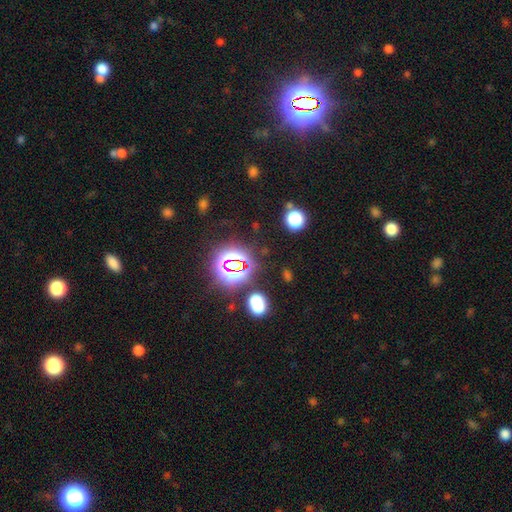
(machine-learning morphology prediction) smooth_or_featured: star or artifact (p=0.80) [alt: smooth p=0.13]